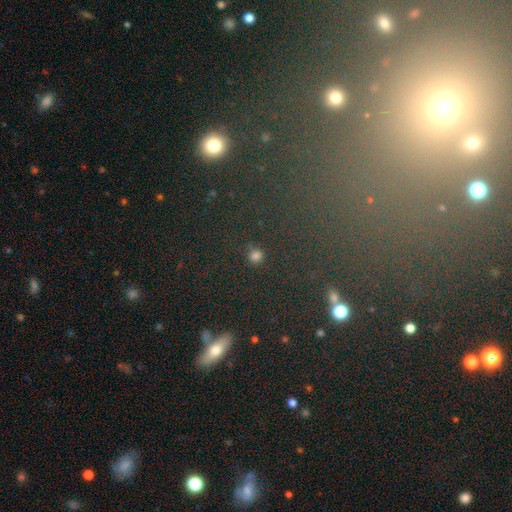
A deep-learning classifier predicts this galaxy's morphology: This is likely a smooth galaxy (71%). How rounded: clearly round (92%). Merging: clearly none (82%).